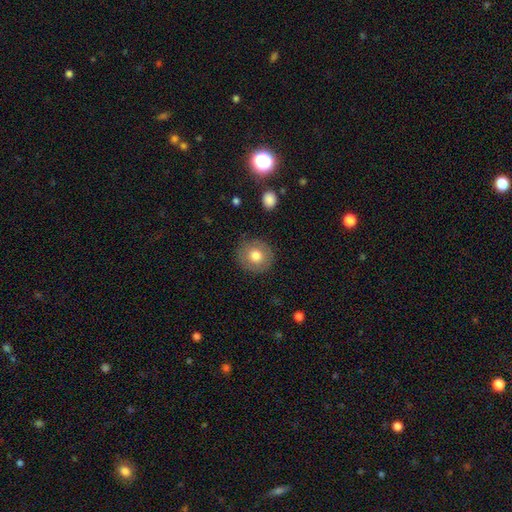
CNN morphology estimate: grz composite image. It shows a smooth galaxy with no disk features (74%) that is round (90%). Merging: none (86%).